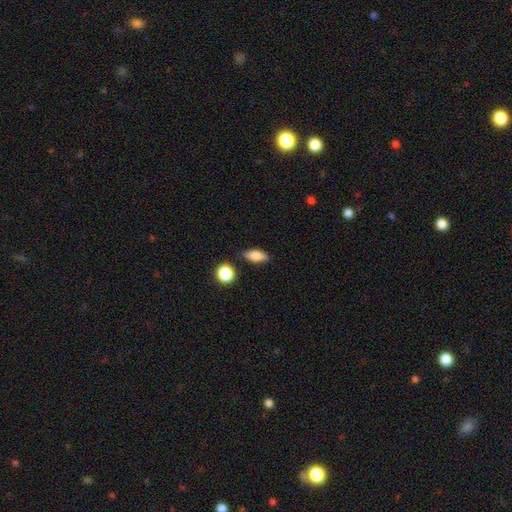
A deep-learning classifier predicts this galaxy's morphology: A smooth galaxy with no disk features (82%) that is in between round and cigar-shaped (78%).

Vote fractions:
- Smooth or featured? smooth: 82% / featured or disk: 10% / star or artifact: 8%
- How rounded? in between: 78% / cigar-shaped: 15% / round: 7%
- Merging? none: 84% / minor disturbance: 11% / merger: 3% / major disturbance: 2%